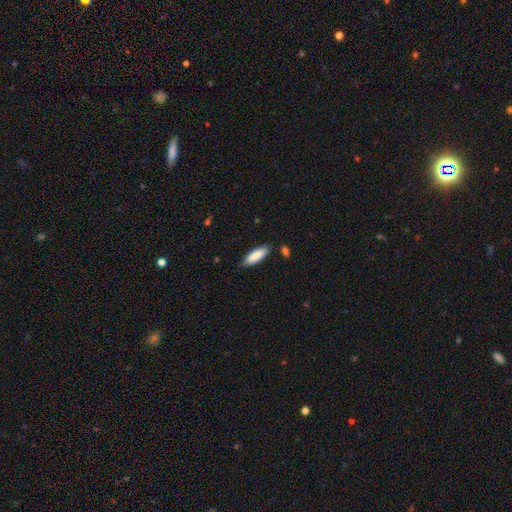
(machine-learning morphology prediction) Smooth or featured: smooth — 87% (featured or disk — 7%)
How rounded: in between — 61% (cigar-shaped — 38%)
Merging: none — 82% (minor disturbance — 13%)